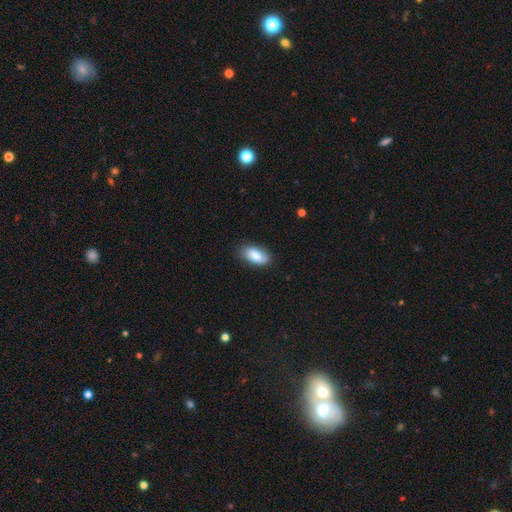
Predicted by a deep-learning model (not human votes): A smooth galaxy with no disk features (86%) that is in between round and cigar-shaped (92%).

Vote fractions:
- Smooth or featured? smooth: 86% / featured or disk: 7% / star or artifact: 6%
- How rounded? in between: 92% / cigar-shaped: 5% / round: 3%
- Merging? none: 81% / minor disturbance: 15% / major disturbance: 3% / merger: 1%